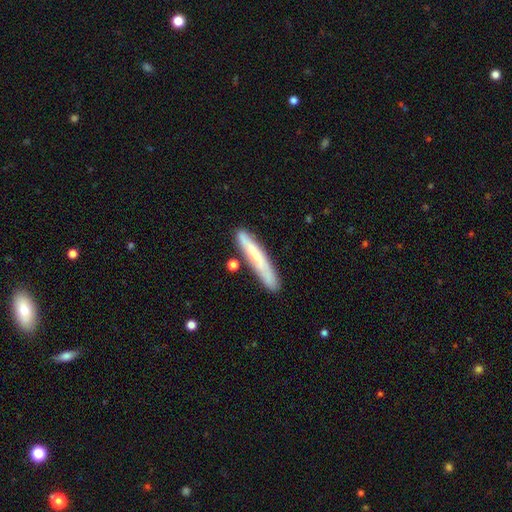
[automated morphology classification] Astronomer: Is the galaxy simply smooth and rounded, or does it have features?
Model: smooth — 60%.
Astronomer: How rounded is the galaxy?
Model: cigar-shaped — 94%.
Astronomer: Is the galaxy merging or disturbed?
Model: none — 79%.